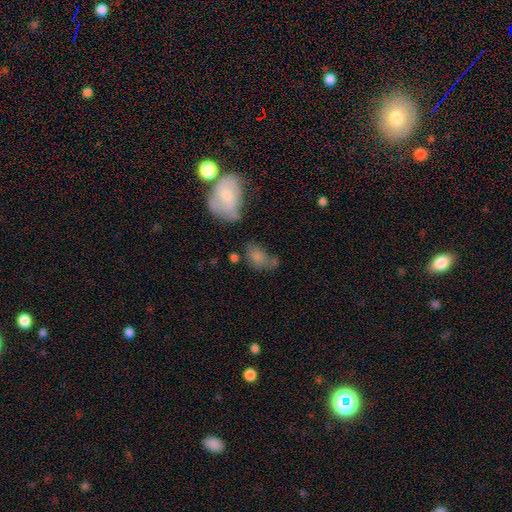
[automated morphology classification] smooth_or_featured: smooth (p=0.36) [alt: featured or disk p=0.34]
merging: none (p=0.56) [alt: minor disturbance p=0.20]